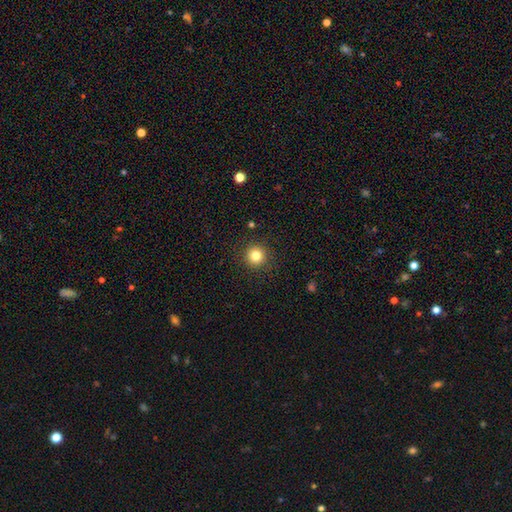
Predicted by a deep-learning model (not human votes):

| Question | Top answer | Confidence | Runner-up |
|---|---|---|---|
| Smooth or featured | smooth | 82% | star or artifact (12%) |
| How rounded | round | 95% | in between (4%) |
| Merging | none | 91% | minor disturbance (6%) |